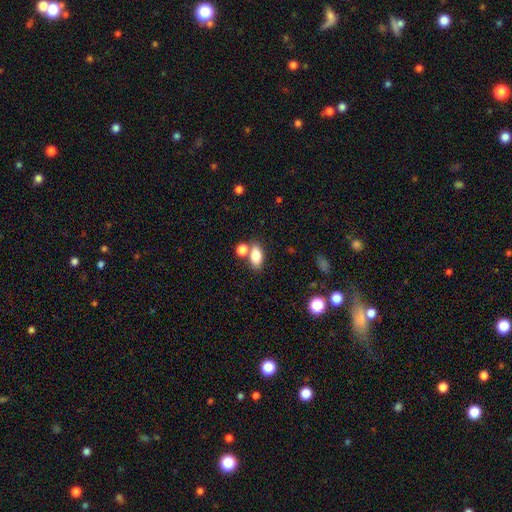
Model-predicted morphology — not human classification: This appears to be a smooth galaxy with no disk features (82%) that is in between round and cigar-shaped (85%). Merging: none (61%).